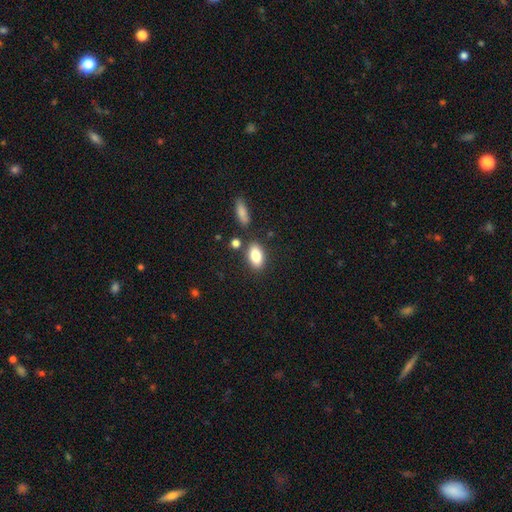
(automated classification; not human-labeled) Smooth or featured: smooth — 83% (featured or disk — 9%)
How rounded: in between — 88% (round — 7%)
Merging: none — 77% (minor disturbance — 11%)